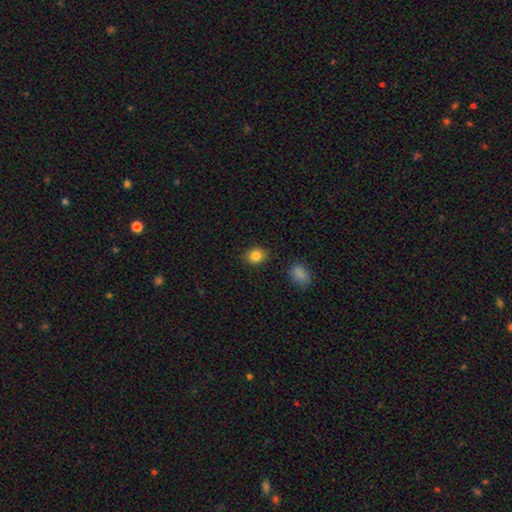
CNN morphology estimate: A smooth galaxy with no disk features (85%) that is round (57%).

Vote fractions:
- Smooth or featured? smooth: 85% / star or artifact: 10% / featured or disk: 5%
- How rounded? round: 57% / in between: 42% / cigar-shaped: 1%
- Merging? none: 86% / minor disturbance: 9% / merger: 3% / major disturbance: 2%